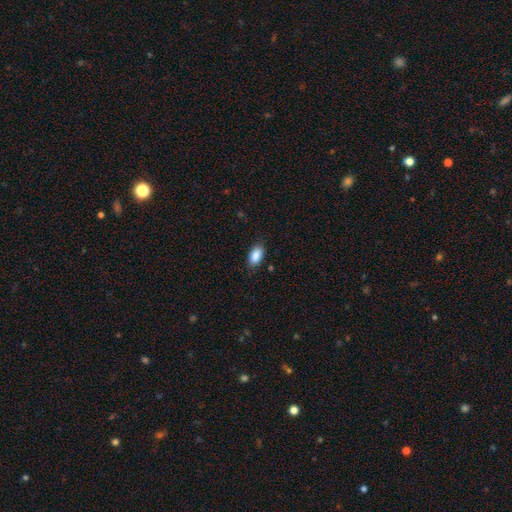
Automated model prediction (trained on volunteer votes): This is clearly a smooth galaxy (88%). How rounded: clearly in between (92%). Merging: clearly none (84%).